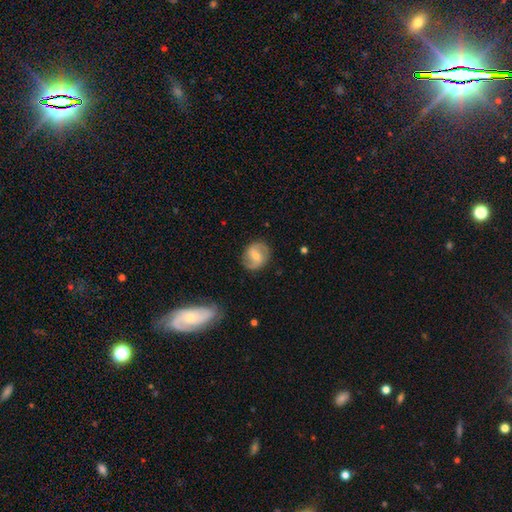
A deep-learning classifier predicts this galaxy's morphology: Smooth or featured? Predicted: featured or disk (p=0.62). Edge-on disk? Predicted: no (p=0.97). Bar? Predicted: weak (p=0.50). Spiral arms? Predicted: yes (p=0.85). Spiral winding? Predicted: medium (p=0.44). Spiral arm count? Predicted: 2 (p=0.87). Bulge size? Predicted: small (p=0.48). Merging? Predicted: none (p=0.82).